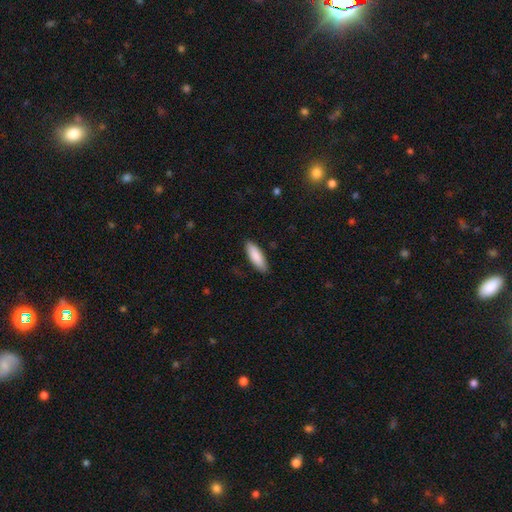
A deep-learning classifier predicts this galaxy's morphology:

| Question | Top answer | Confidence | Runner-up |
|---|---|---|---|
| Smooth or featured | smooth | 87% | featured or disk (7%) |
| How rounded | in between | 56% | cigar-shaped (42%) |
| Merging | none | 87% | minor disturbance (10%) |